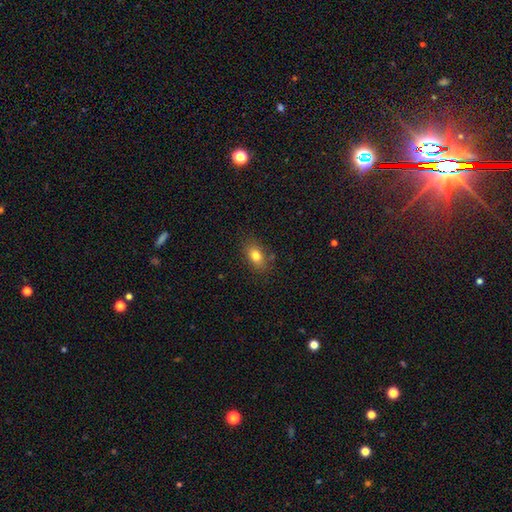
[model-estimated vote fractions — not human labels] This appears to be a smooth galaxy with no disk features (78%) that is in between round and cigar-shaped (80%). Merging: none (80%).